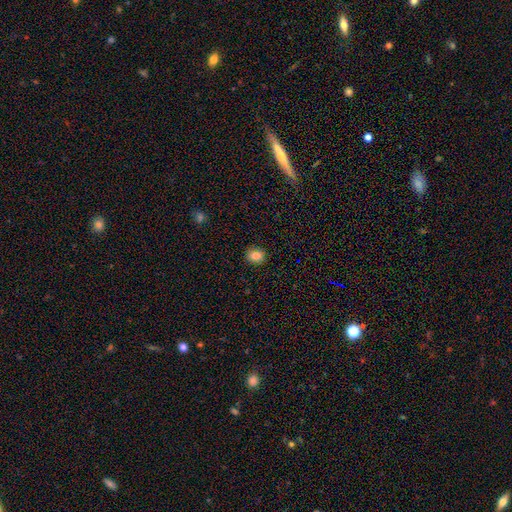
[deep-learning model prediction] smooth 85%, star or artifact 10%, featured or disk 6%. Down the decision tree: how rounded — round (57%); merging — none (90%).